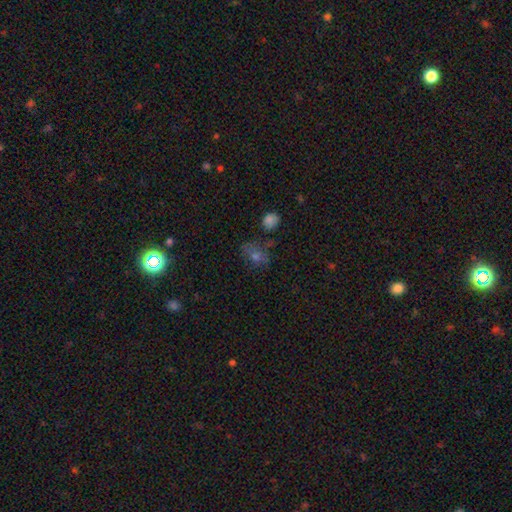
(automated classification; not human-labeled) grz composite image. It shows a smooth galaxy with no disk features (51%) that is in between round and cigar-shaped (54%). Merging: none (60%).